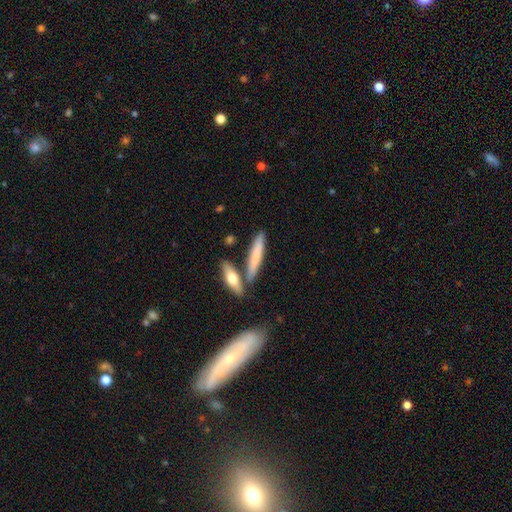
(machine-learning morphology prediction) smooth-or-featured: smooth: 68% | featured or disk: 26% | star or artifact: 6%
  how-rounded: cigar-shaped: 85% | in between: 13% | round: 2%
  merging: none: 73% | merger: 13% | minor disturbance: 11% | major disturbance: 3%